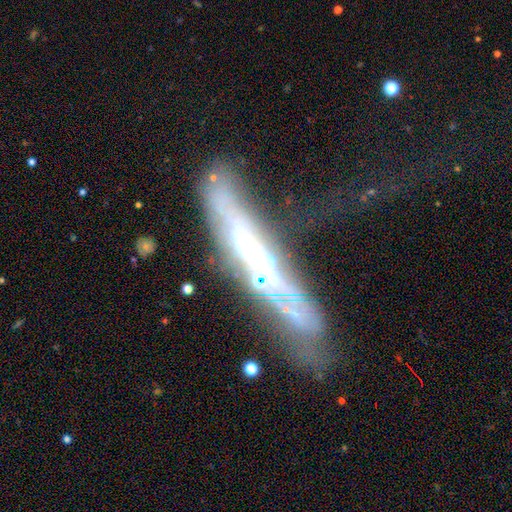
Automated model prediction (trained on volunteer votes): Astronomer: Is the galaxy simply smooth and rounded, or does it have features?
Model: featured or disk — 71%.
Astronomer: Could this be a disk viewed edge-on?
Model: yes — 56% (runner-up: no, 44%).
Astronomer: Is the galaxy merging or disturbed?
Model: major disturbance — 36% (runner-up: none, 29%).